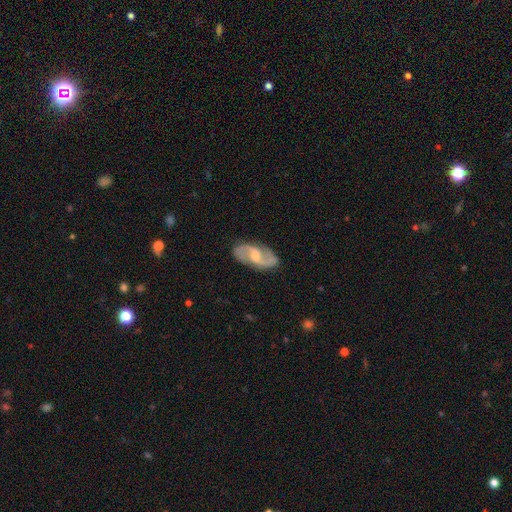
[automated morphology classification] type=featured or disk (86%); edge-on=no (96%); bar=weak (53%); spiral arms=yes (96%); winding=medium (51%); arm count=2 (92%); bulge=moderate (53%); merging=none (84%).